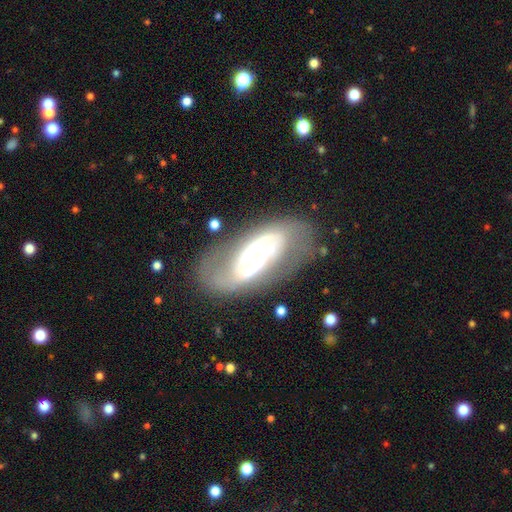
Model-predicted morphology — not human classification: smooth_or_featured: featured or disk (p=0.83) [alt: smooth p=0.11]
disk_edge_on: no (p=0.92) [alt: yes p=0.08]
bar: no (p=0.51) [alt: weak p=0.31]
has_spiral_arms: yes (p=0.86) [alt: no p=0.14]
spiral_winding: medium (p=0.44) [alt: tight p=0.36]
spiral_arm_count: 2 (p=0.72) [alt: can't tell p=0.16]
bulge_size: small (p=0.47) [alt: moderate p=0.42]
merging: none (p=0.66) [alt: minor disturbance p=0.18]